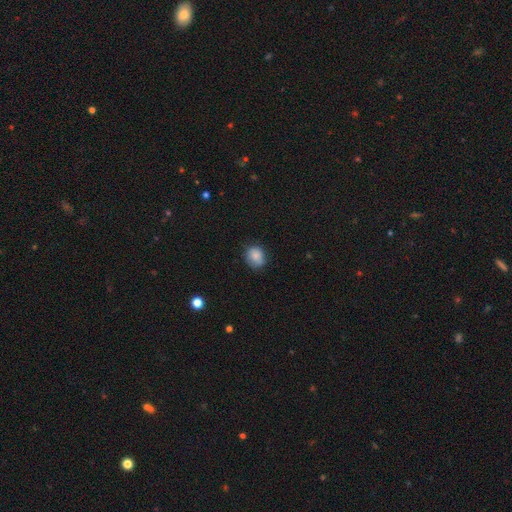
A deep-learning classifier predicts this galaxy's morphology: The model was most divided on "how rounded": round: 67%, in between: 32%, cigar-shaped: 1%. More confident: smooth or featured — smooth (82%); merging — none (70%).